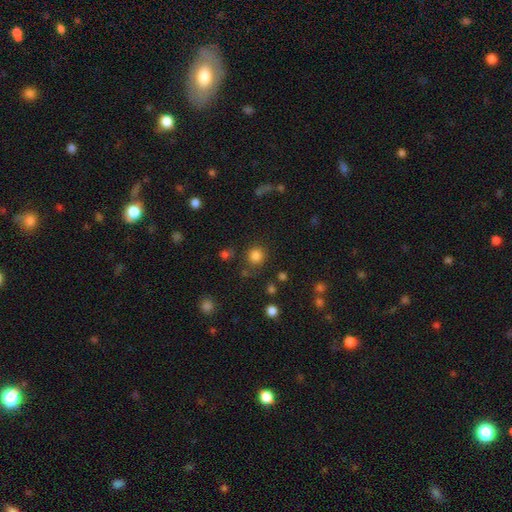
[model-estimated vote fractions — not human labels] Overall: smooth (82%). How rounded: round (91%). Merging: none (83%).